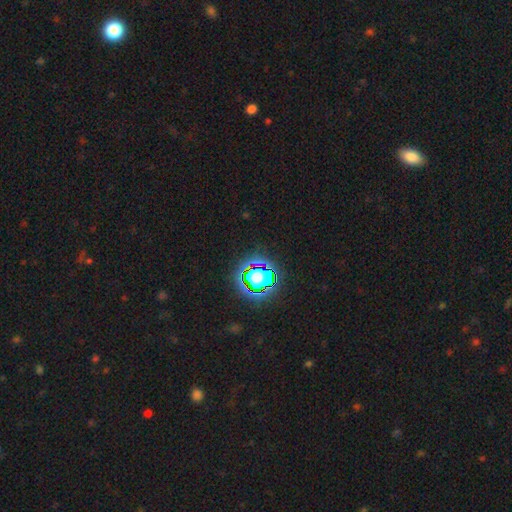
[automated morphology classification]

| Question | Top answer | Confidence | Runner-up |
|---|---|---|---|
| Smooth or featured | star or artifact | 80% | smooth (13%) |